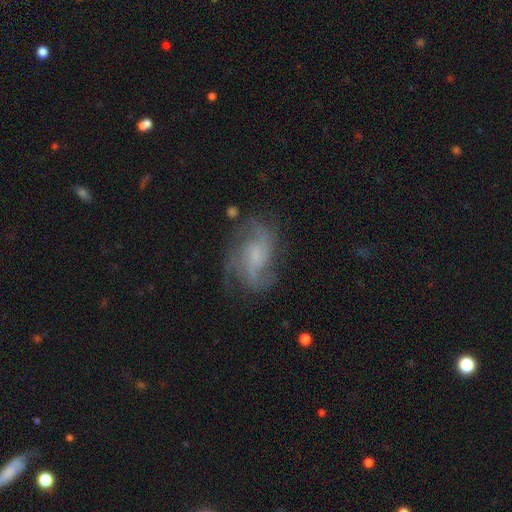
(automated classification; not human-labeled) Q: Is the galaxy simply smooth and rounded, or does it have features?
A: featured or disk — 76%.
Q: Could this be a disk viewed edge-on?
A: no — 97%.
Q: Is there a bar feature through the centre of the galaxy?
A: no — 48%.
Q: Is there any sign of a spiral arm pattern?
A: yes — 91%.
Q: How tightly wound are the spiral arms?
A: medium — 48%.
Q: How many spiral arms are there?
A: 3 — 28%.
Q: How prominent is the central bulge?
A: small — 41%.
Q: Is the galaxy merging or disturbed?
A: none — 63%.